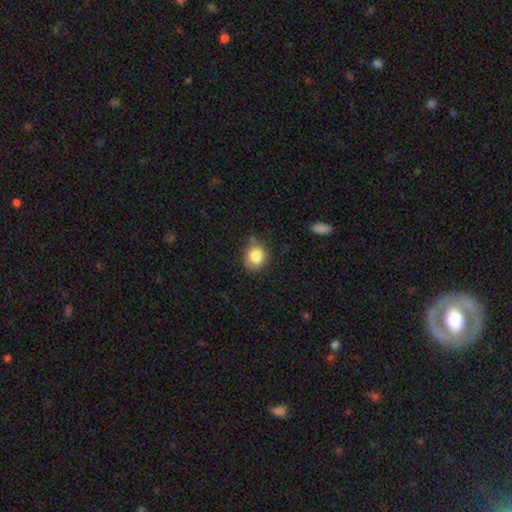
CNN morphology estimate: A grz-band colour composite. It shows a smooth galaxy with no disk features (84%) that is round (69%). Merging: none (73%).